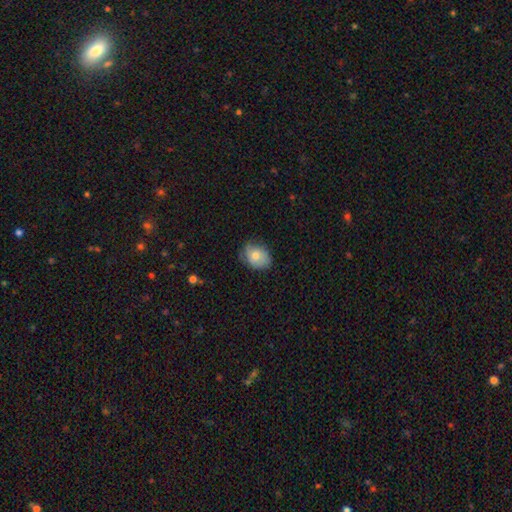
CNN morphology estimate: Smooth or featured? smooth (70%)
How rounded? in between (59%)
Merging? none (63%)